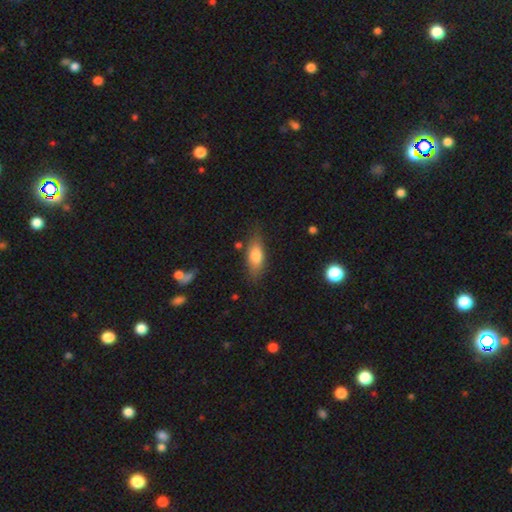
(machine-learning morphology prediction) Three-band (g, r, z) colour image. It shows a smooth galaxy with no disk features (76%) that is in between round and cigar-shaped (77%). Merging: none (75%).